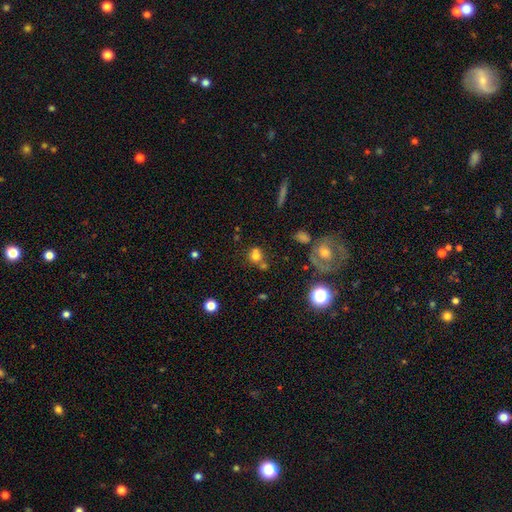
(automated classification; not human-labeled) Smooth or featured? Predicted: smooth (p=0.70). How rounded? Predicted: round (p=0.76). Merging? Predicted: none (p=0.47).